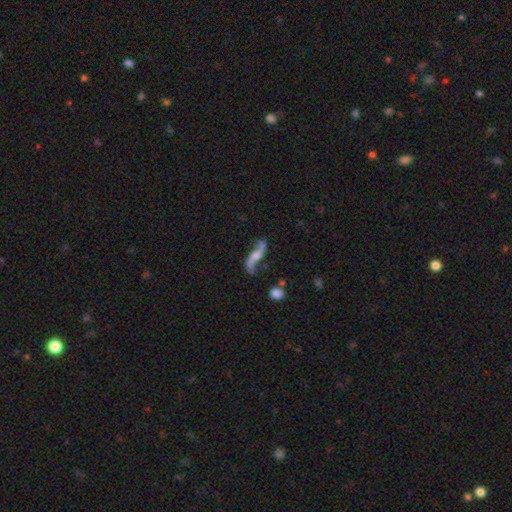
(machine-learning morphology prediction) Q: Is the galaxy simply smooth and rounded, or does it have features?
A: featured or disk — 76%.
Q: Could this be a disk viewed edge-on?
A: no — 83%.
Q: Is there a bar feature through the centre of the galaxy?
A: no — 53%.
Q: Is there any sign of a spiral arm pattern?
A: yes — 92%.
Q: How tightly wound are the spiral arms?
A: loose — 90%.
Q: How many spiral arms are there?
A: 2 — 91%.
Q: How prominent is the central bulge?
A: small — 35%, tied with moderate.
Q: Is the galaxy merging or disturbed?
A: none — 62%.